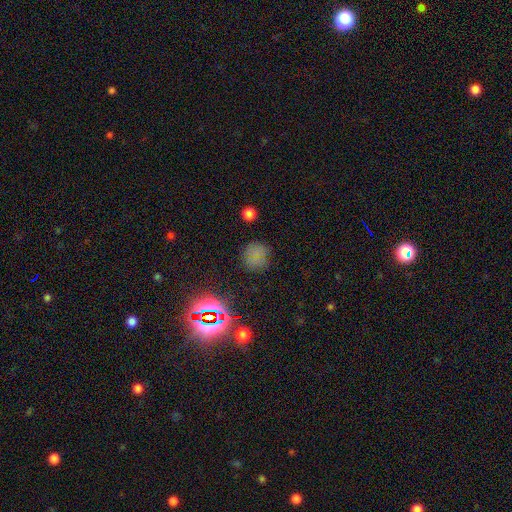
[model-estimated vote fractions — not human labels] Smooth or featured?
  - smooth: 65% *
  - star or artifact: 28%
  - featured or disk: 8%
How rounded?
  - round: 91% *
  - in between: 8%
  - cigar-shaped: 1%
Merging?
  - none: 84% *
  - minor disturbance: 10%
  - major disturbance: 4%
  - merger: 2%